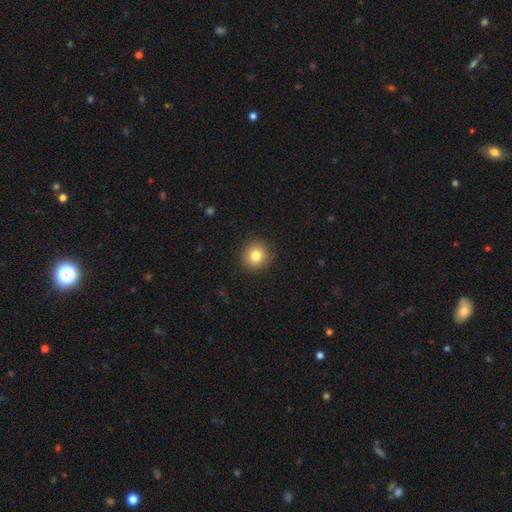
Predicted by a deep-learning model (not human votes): smooth 82%, star or artifact 10%, featured or disk 8%. Down the decision tree: how rounded — round (93%); merging — none (91%).